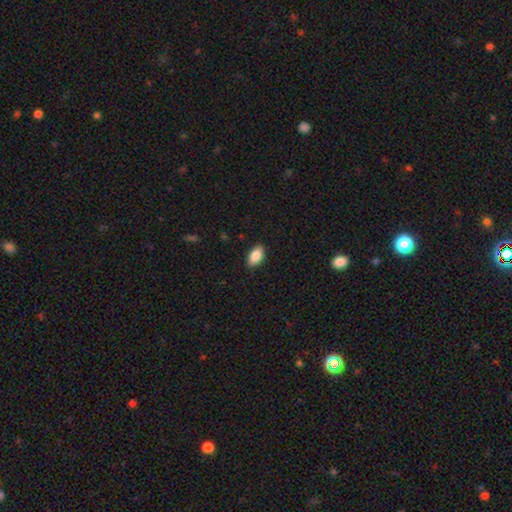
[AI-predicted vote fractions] Smooth or featured: smooth — 87% (star or artifact — 7%)
How rounded: in between — 93% (round — 4%)
Merging: none — 89% (minor disturbance — 8%)